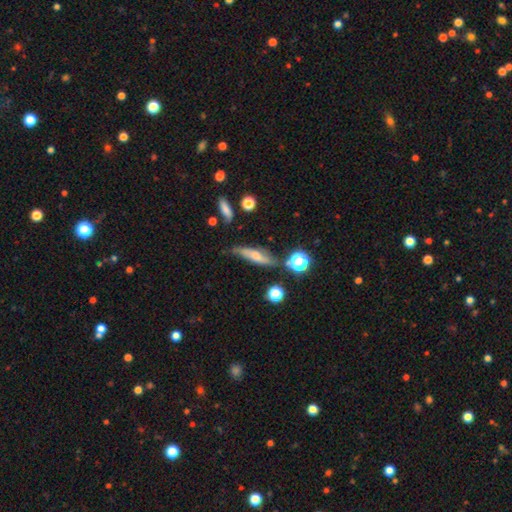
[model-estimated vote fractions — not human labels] smooth_or_featured: smooth (p=0.46) [alt: featured or disk p=0.43]
merging: none (p=0.64) [alt: minor disturbance p=0.24]